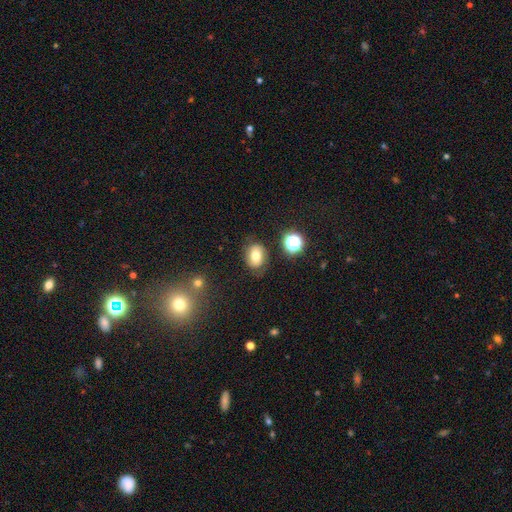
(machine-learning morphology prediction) The model was most divided on "how rounded": in between: 61%, round: 38%, cigar-shaped: 1%. More confident: merging — none (75%); smooth or featured — smooth (69%).